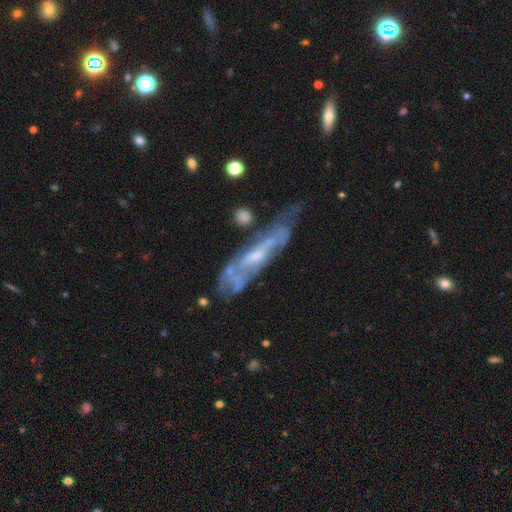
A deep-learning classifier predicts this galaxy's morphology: featured or disk 72%, smooth 19%, star or artifact 9%. Down the decision tree: edge-on disk — no (58%); merging — none (46%).